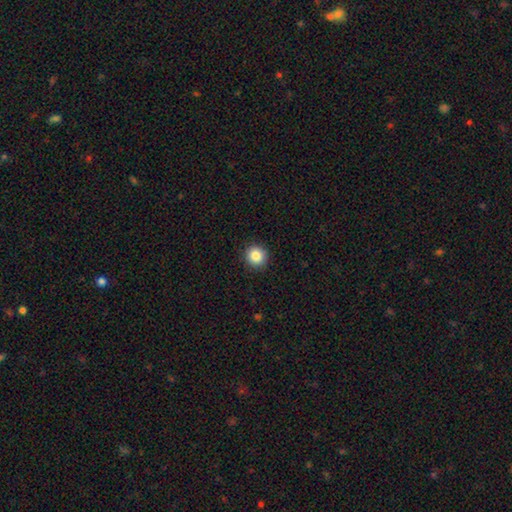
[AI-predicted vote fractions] smooth 86%, star or artifact 10%, featured or disk 5%. Down the decision tree: how rounded — round (92%); merging — none (92%).